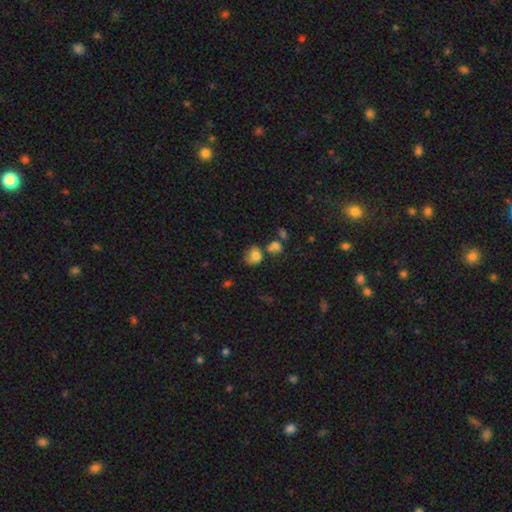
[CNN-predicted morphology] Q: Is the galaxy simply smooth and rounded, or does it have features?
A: smooth — 76%.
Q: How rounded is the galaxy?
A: round — 58%.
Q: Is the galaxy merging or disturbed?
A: none — 44%.